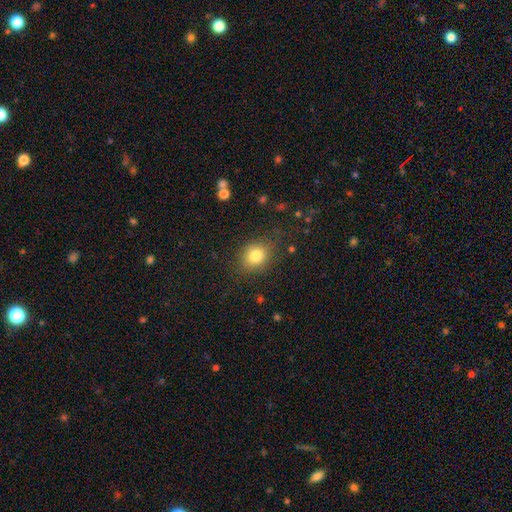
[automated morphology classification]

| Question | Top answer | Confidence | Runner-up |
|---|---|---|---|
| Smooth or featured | smooth | 82% | star or artifact (11%) |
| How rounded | round | 56% | in between (42%) |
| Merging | none | 80% | minor disturbance (14%) |